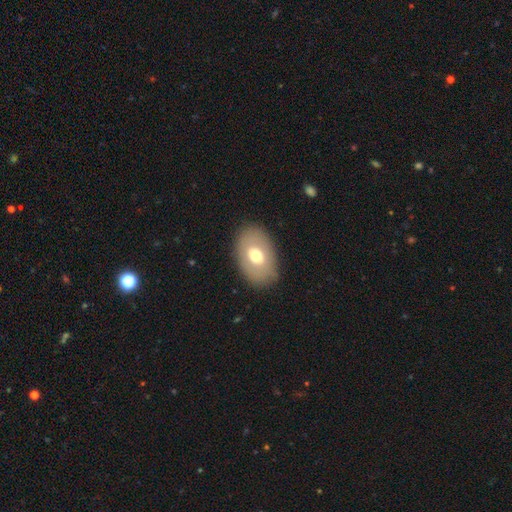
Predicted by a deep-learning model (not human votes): Morphology: type=smooth (63%); roundness=in between (87%); merging=none (84%).